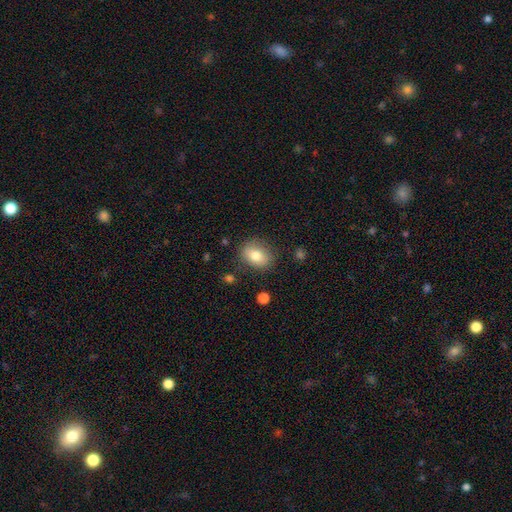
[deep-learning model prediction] smooth-or-featured: smooth: 77% | featured or disk: 13% | star or artifact: 9%
  how-rounded: in between: 57% | round: 42% | cigar-shaped: 1%
  merging: none: 81% | minor disturbance: 13% | major disturbance: 4% | merger: 2%